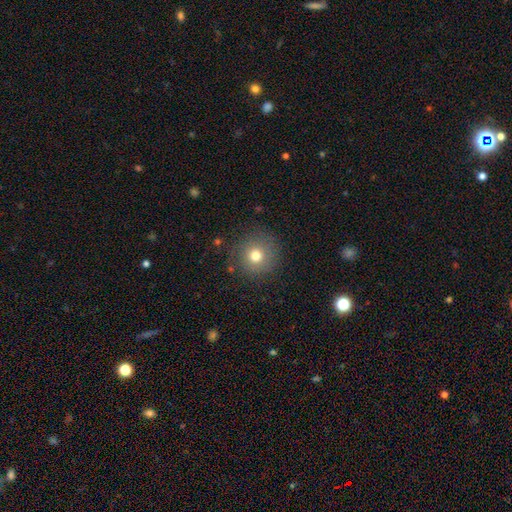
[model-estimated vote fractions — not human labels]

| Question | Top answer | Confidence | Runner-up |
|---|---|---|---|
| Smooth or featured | smooth | 76% | star or artifact (13%) |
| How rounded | round | 94% | in between (5%) |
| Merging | none | 85% | minor disturbance (9%) |